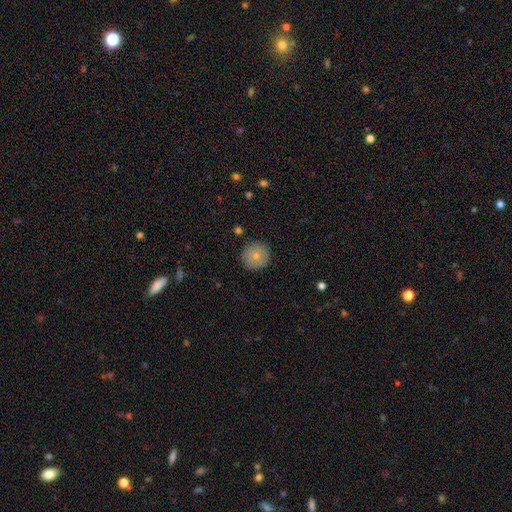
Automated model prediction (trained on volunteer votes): This appears to be a smooth galaxy with no disk features (74%) that is round (95%). Merging: none (90%).